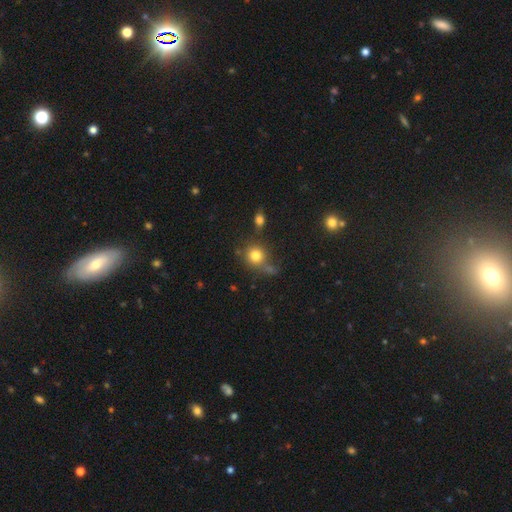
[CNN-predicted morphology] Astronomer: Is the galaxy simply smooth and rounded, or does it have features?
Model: smooth — 79%.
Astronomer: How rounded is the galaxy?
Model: round — 85%.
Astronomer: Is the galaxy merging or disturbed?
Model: none — 62%.